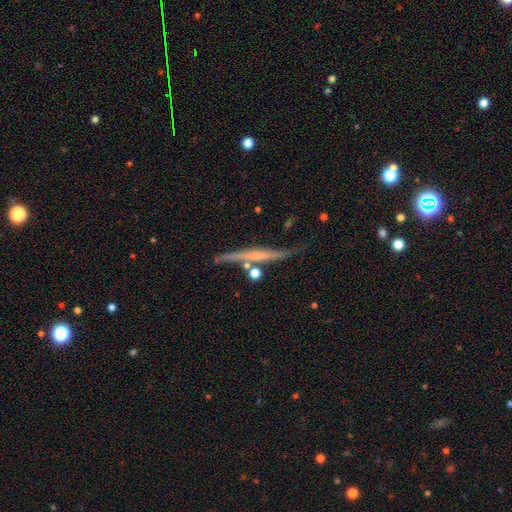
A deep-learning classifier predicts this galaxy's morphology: This appears to be a featured or disk galaxy (63%) viewed edge-on (93%) with no central bulge (72%). Merging: none (69%).